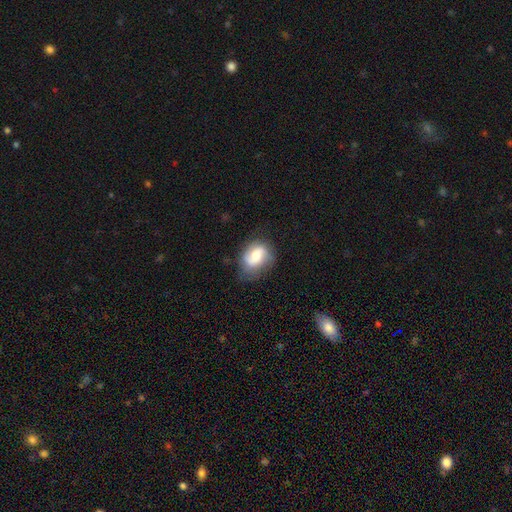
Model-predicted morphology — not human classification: A featured or disk galaxy (49%). Merging: none (64%).